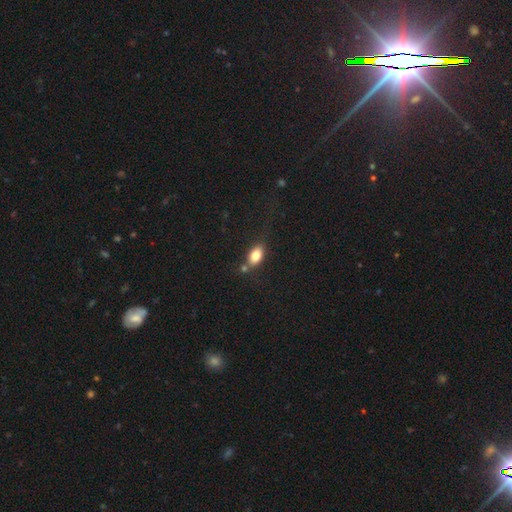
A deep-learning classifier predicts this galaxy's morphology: Q: Smooth or featured?
A: smooth (80%); runner-up: featured or disk (12%)
Q: How rounded?
A: in between (87%); runner-up: round (10%)
Q: Merging?
A: none (63%); runner-up: minor disturbance (16%)